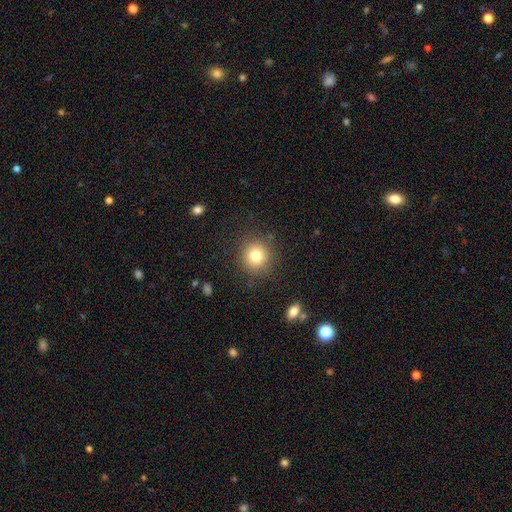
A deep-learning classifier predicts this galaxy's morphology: This appears to be a smooth galaxy with no disk features (80%) that is round (91%). Merging: none (88%).